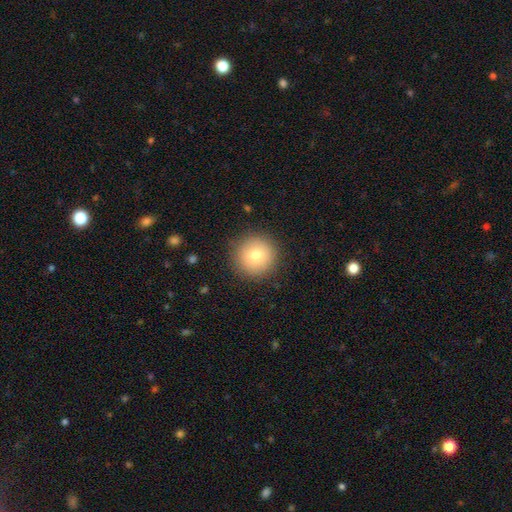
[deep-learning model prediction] smooth_or_featured: smooth (p=0.78) [alt: featured or disk p=0.12]
how_rounded: round (p=0.96) [alt: in between p=0.03]
merging: none (p=0.90) [alt: minor disturbance p=0.07]